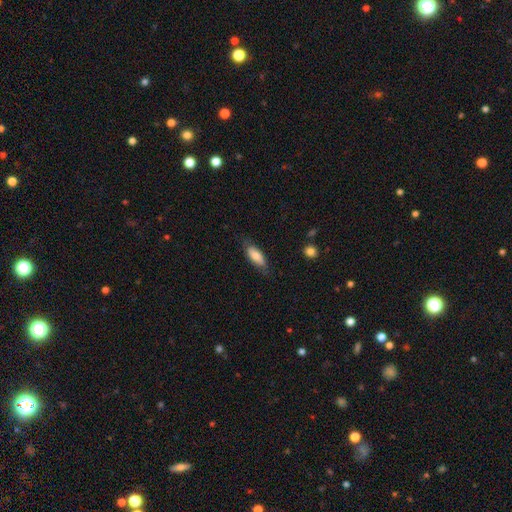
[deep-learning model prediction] Overall: smooth (77%). How rounded: in between (68%; cigar-shaped 30%). Merging: none (74%).